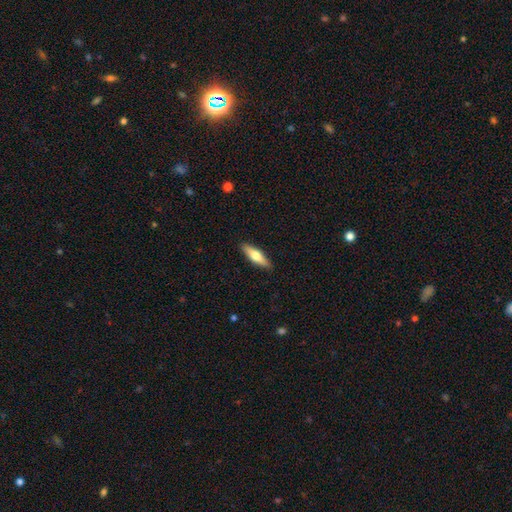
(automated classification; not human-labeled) Smooth or featured?
  - smooth: 60% *
  - featured or disk: 35%
  - star or artifact: 5%
How rounded?
  - cigar-shaped: 61% *
  - in between: 37%
  - round: 2%
Merging?
  - none: 90% *
  - minor disturbance: 8%
  - major disturbance: 2%
  - merger: 1%